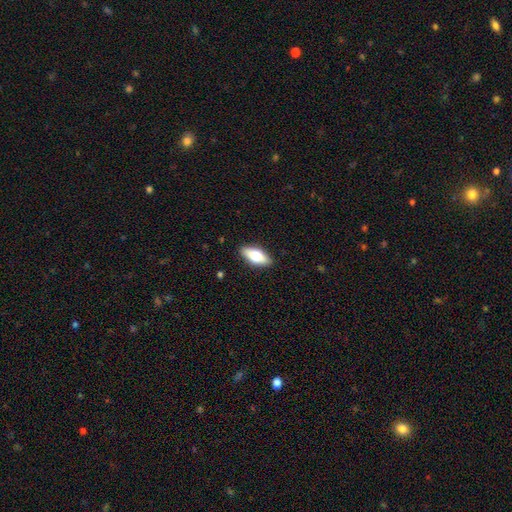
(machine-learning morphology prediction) type=smooth (70%); roundness=in between (82%); merging=none (88%).